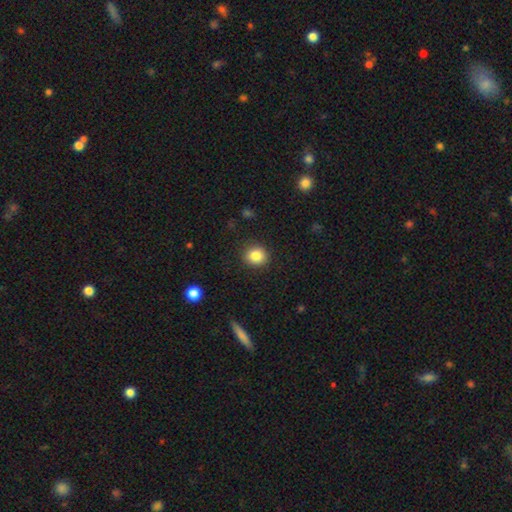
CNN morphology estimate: Smooth or featured?
  - smooth: 85% *
  - star or artifact: 10%
  - featured or disk: 5%
How rounded?
  - round: 81% *
  - in between: 18%
  - cigar-shaped: 1%
Merging?
  - none: 89% *
  - minor disturbance: 7%
  - major disturbance: 2%
  - merger: 1%